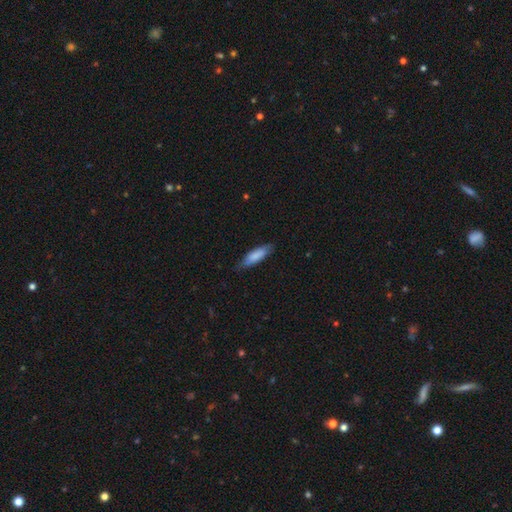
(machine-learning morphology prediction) smooth_or_featured: smooth (p=0.82) [alt: featured or disk p=0.13]
how_rounded: cigar-shaped (p=0.54) [alt: in between p=0.45]
merging: none (p=0.77) [alt: minor disturbance p=0.18]